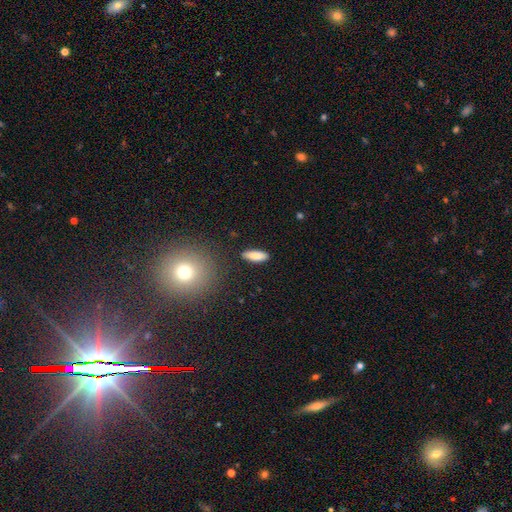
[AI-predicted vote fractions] A smooth galaxy with no disk features (86%) that is in between round and cigar-shaped (57%).

Vote fractions:
- Smooth or featured? smooth: 86% / star or artifact: 7% / featured or disk: 7%
- How rounded? in between: 57% / cigar-shaped: 41% / round: 2%
- Merging? none: 86% / minor disturbance: 10% / major disturbance: 2% / merger: 2%